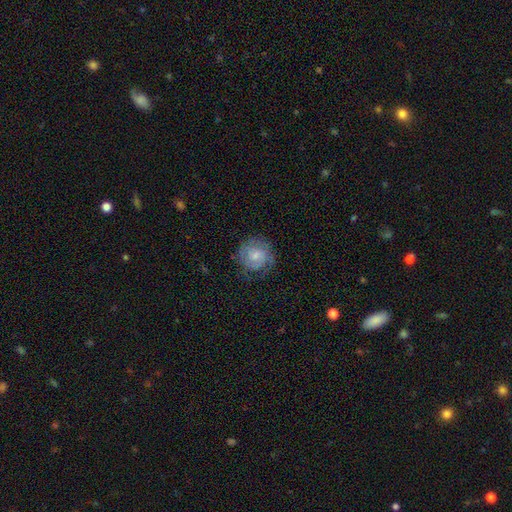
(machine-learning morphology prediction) smooth_or_featured: featured or disk (p=0.54) [alt: smooth p=0.39]
disk_edge_on: no (p=0.98) [alt: yes p=0.02]
bar: no (p=0.58) [alt: weak p=0.36]
has_spiral_arms: yes (p=0.84) [alt: no p=0.16]
bulge_size: small (p=0.46) [alt: moderate p=0.36]
merging: none (p=0.70) [alt: minor disturbance p=0.19]